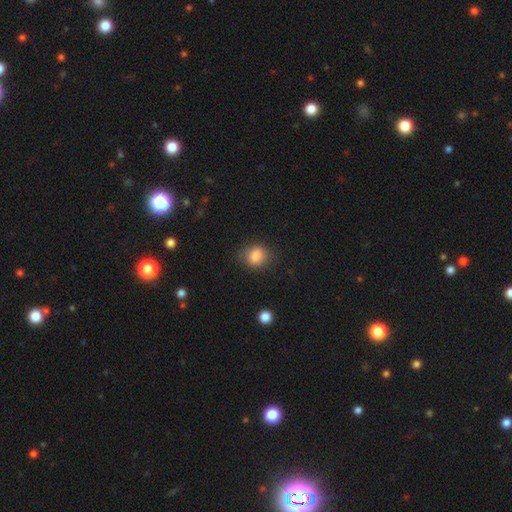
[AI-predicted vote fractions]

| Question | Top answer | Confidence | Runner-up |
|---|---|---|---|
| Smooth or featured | smooth | 84% | star or artifact (10%) |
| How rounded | round | 55% | in between (44%) |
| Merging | none | 77% | minor disturbance (17%) |